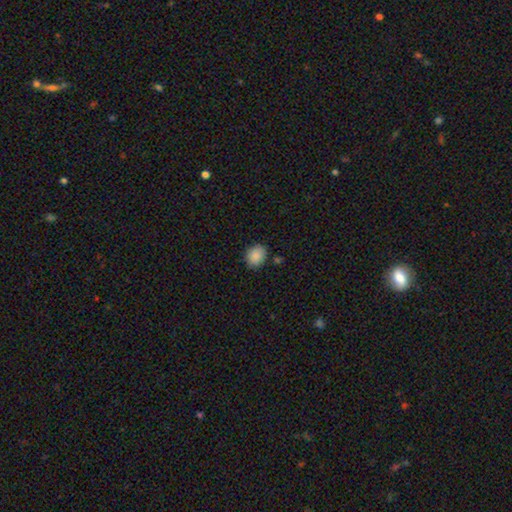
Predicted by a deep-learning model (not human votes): A smooth galaxy with no disk features (88%) that is round (54%).

Vote fractions:
- Smooth or featured? smooth: 88% / star or artifact: 8% / featured or disk: 4%
- How rounded? round: 54% / in between: 45% / cigar-shaped: 1%
- Merging? none: 83% / minor disturbance: 12% / major disturbance: 3% / merger: 2%